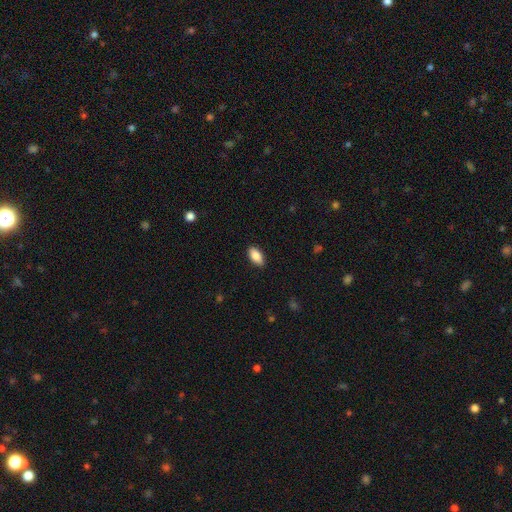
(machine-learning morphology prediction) This appears to be a smooth galaxy with no disk features (88%) that is in between round and cigar-shaped (93%). Merging: none (87%).